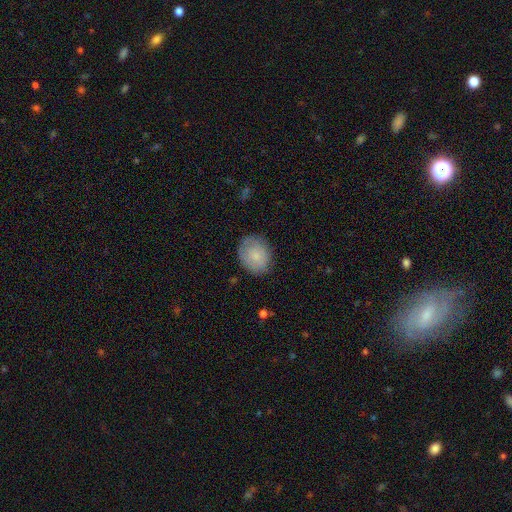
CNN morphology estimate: smooth_or_featured: smooth (p=0.77) [alt: featured or disk p=0.16]
how_rounded: round (p=0.55) [alt: in between p=0.45]
merging: none (p=0.77) [alt: minor disturbance p=0.18]